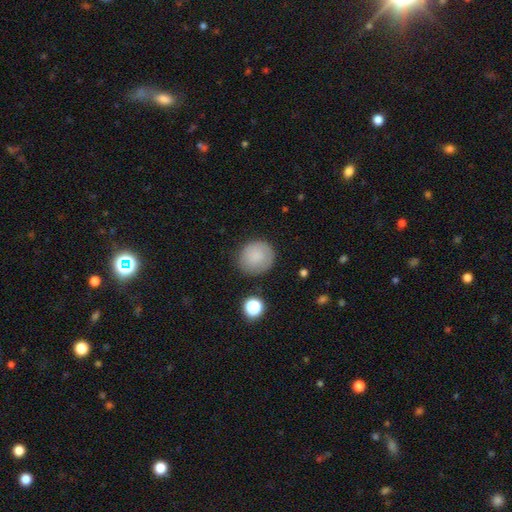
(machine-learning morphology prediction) Overall: smooth (80%). How rounded: round (88%). Merging: none (81%).